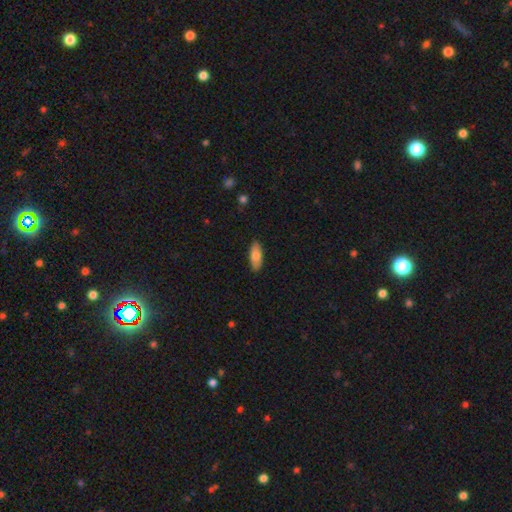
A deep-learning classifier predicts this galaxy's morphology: Smooth or featured?
  - smooth: 77% *
  - featured or disk: 17%
  - star or artifact: 6%
How rounded?
  - in between: 80% *
  - cigar-shaped: 18%
  - round: 2%
Merging?
  - none: 87% *
  - minor disturbance: 10%
  - major disturbance: 2%
  - merger: 1%